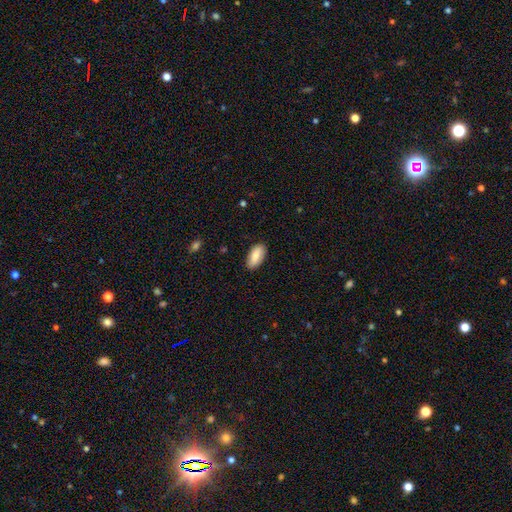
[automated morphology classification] Smooth or featured: smooth — 84% (featured or disk — 10%)
How rounded: in between — 93% (cigar-shaped — 5%)
Merging: none — 86% (minor disturbance — 11%)